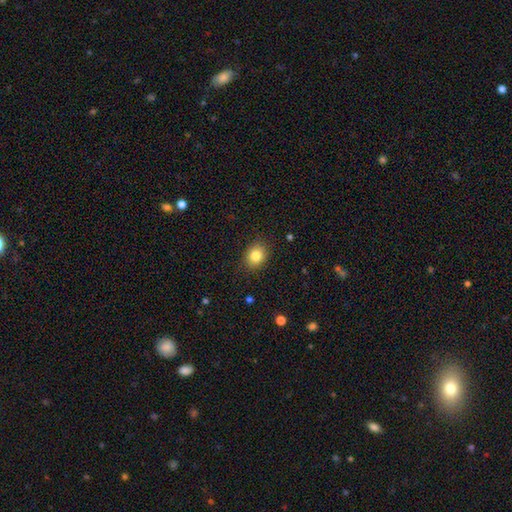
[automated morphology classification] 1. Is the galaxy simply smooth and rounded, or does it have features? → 84% smooth, 10% star or artifact, 6% featured or disk.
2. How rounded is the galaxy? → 50% round, 49% in between, 1% cigar-shaped.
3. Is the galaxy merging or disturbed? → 87% none, 9% minor disturbance, 2% major disturbance, 1% merger.